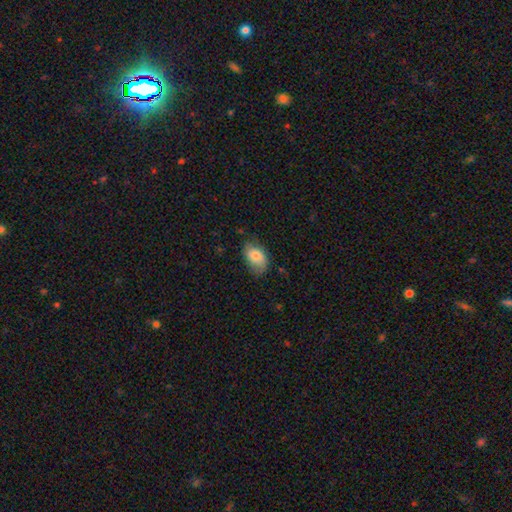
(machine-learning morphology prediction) Smooth or featured: smooth — 79% (featured or disk — 14%)
How rounded: in between — 90% (round — 8%)
Merging: none — 66% (minor disturbance — 27%)